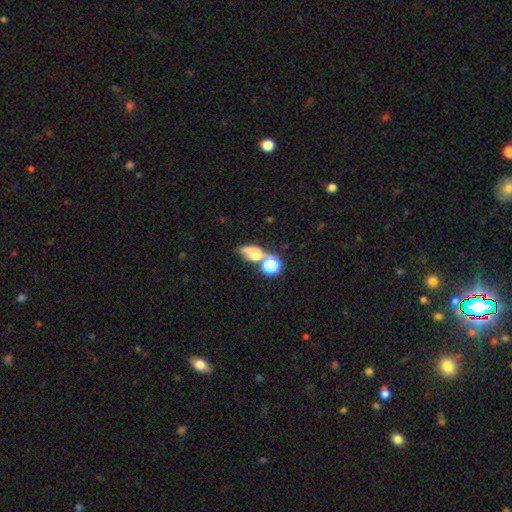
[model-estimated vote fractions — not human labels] This appears to be a smooth galaxy with no disk features (52%) that is in between round and cigar-shaped (58%). Merging: merger (34%).